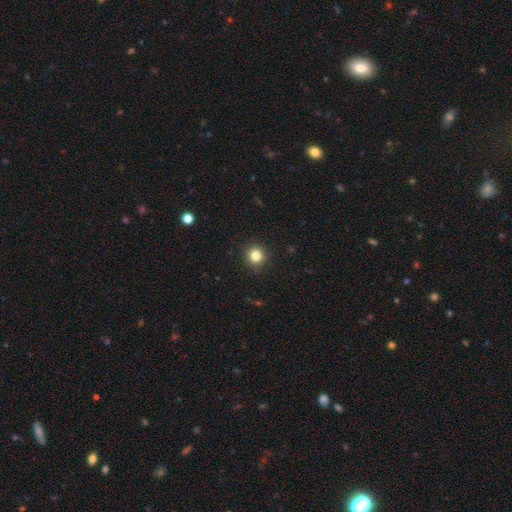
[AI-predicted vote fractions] The model was most divided on "smooth or featured": smooth: 82%, star or artifact: 12%, featured or disk: 5%. More confident: how rounded — round (92%); merging — none (91%).